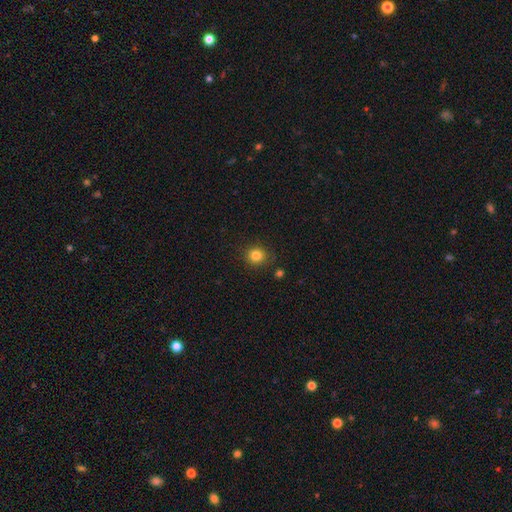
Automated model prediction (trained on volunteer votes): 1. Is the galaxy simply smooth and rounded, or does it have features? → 83% smooth, 12% star or artifact, 5% featured or disk.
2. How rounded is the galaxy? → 88% round, 11% in between, 1% cigar-shaped.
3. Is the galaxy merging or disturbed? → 87% none, 8% minor disturbance, 2% major disturbance, 2% merger.